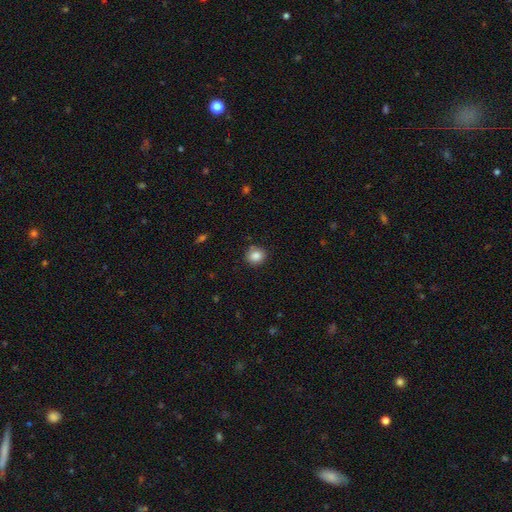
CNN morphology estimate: This appears to be a smooth galaxy with no disk features (85%) that is round (79%). Merging: none (85%).